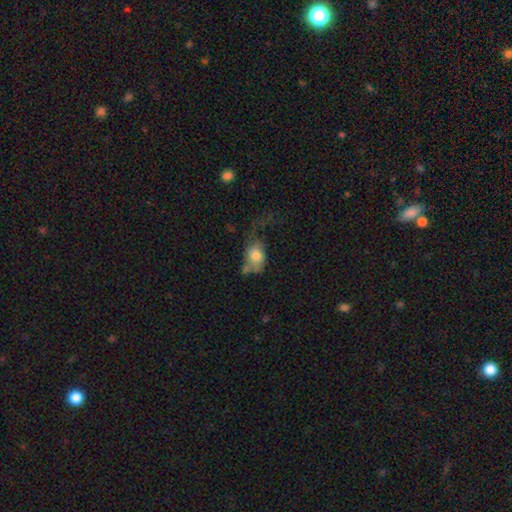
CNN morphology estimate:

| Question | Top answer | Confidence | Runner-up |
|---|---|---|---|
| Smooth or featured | smooth | 74% | featured or disk (18%) |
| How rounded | in between | 72% | round (27%) |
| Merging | major disturbance | 37% | none (27%) |